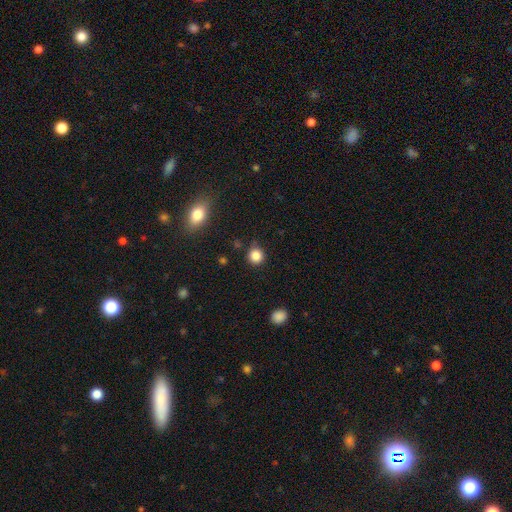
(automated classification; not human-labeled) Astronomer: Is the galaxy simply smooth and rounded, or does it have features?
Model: smooth — 85%.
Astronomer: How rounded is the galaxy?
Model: round — 90%.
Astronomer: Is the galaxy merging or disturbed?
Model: none — 83%.